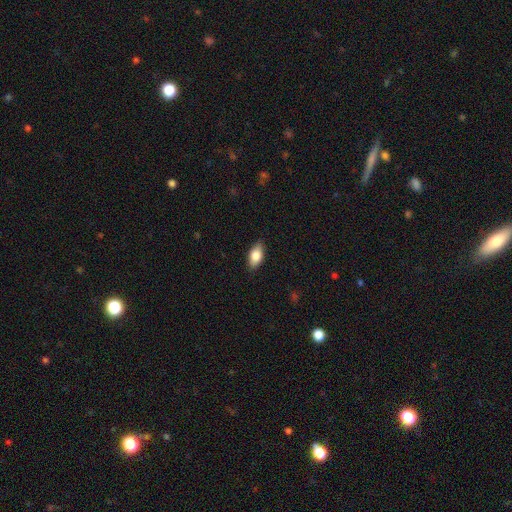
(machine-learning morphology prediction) Overall: smooth (81%). How rounded: in between (90%). Merging: none (85%).